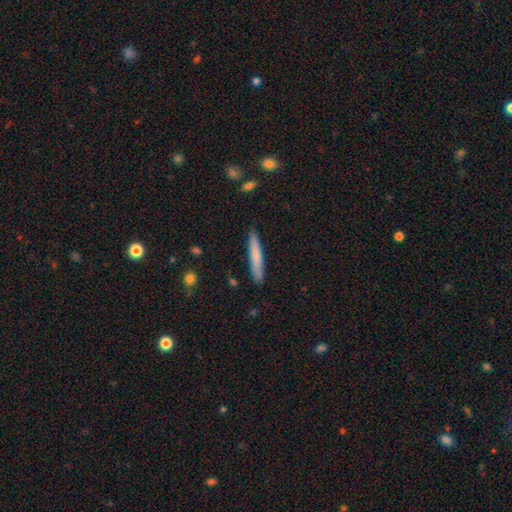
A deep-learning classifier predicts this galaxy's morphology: A smooth galaxy with no disk features (73%) that is cigar-shaped (95%). Merging: none (88%).